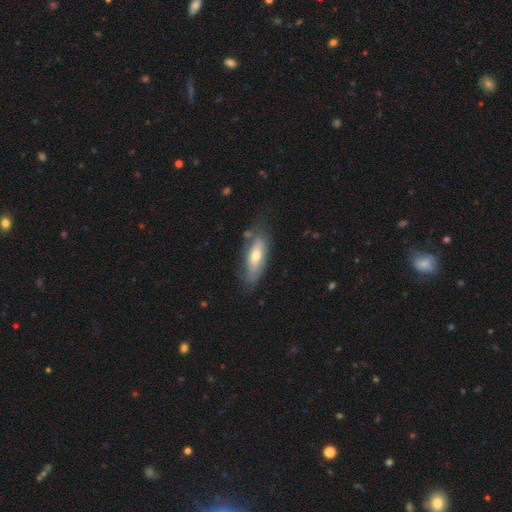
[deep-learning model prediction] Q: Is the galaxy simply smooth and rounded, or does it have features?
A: smooth — 49%.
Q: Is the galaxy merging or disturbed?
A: none — 67%.